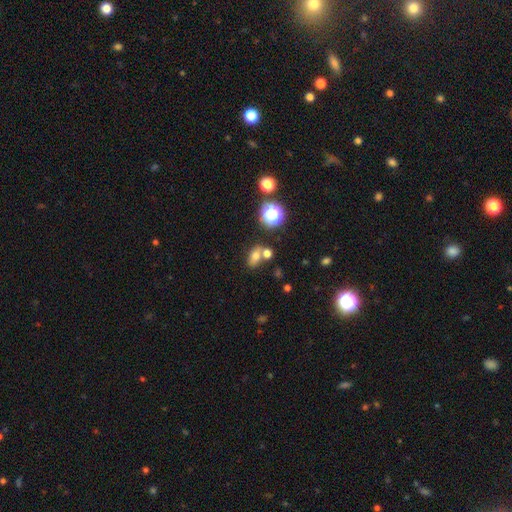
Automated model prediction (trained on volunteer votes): Morphology: type=smooth (69%); roundness=in between (71%); merging=none (55%).